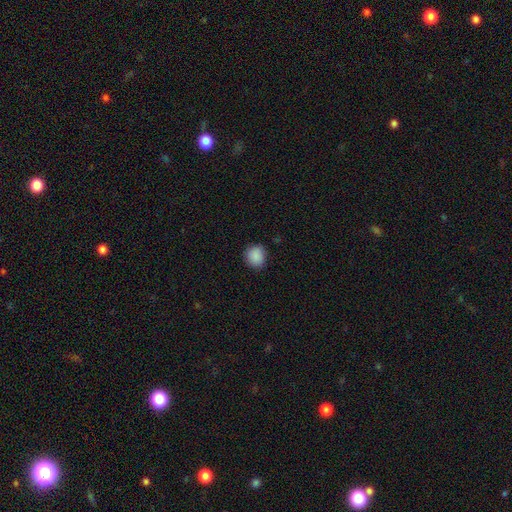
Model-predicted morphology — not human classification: Smooth or featured? Predicted: smooth (p=0.89). How rounded? Predicted: round (p=0.77). Merging? Predicted: none (p=0.83).